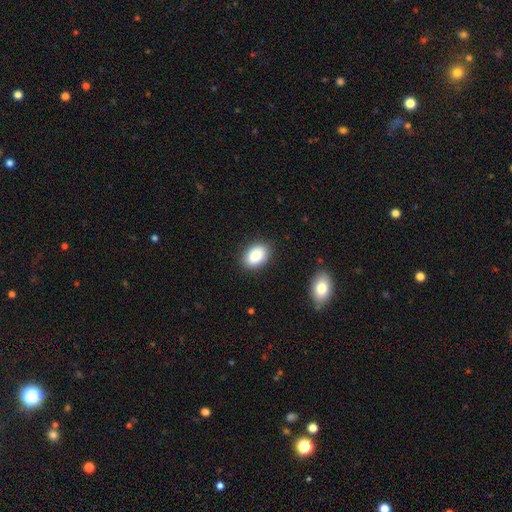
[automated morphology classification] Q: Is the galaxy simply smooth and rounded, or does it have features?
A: smooth — 88%.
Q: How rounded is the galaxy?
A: in between — 85%.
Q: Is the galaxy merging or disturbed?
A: none — 87%.